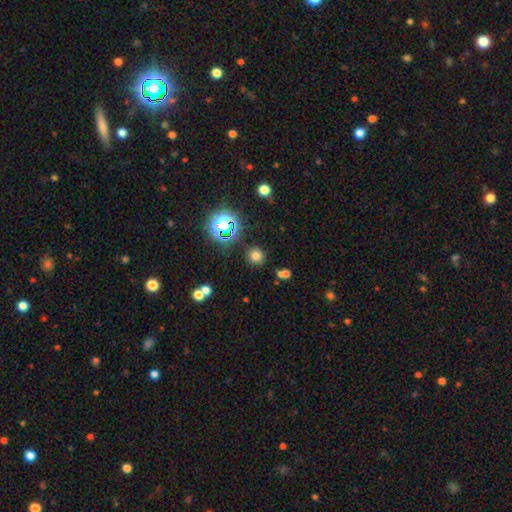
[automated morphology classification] Smooth or featured?
  - smooth: 69% *
  - star or artifact: 24%
  - featured or disk: 7%
How rounded?
  - round: 92% *
  - in between: 7%
  - cigar-shaped: 1%
Merging?
  - none: 84% *
  - minor disturbance: 7%
  - merger: 5%
  - major disturbance: 3%